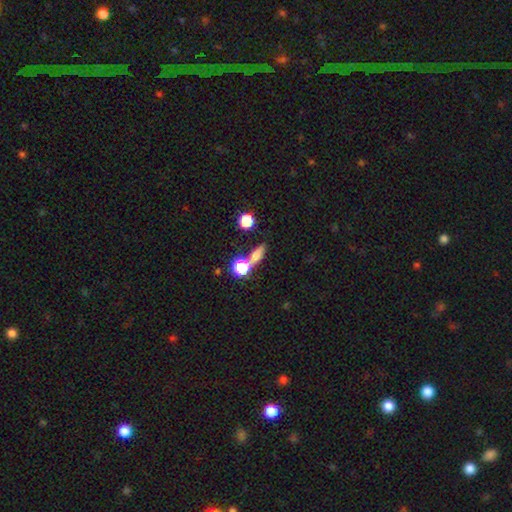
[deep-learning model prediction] smooth_or_featured: smooth (p=0.61) [alt: star or artifact p=0.22]
how_rounded: in between (p=0.38) [alt: cigar-shaped p=0.34]
merging: none (p=0.58) [alt: merger p=0.24]